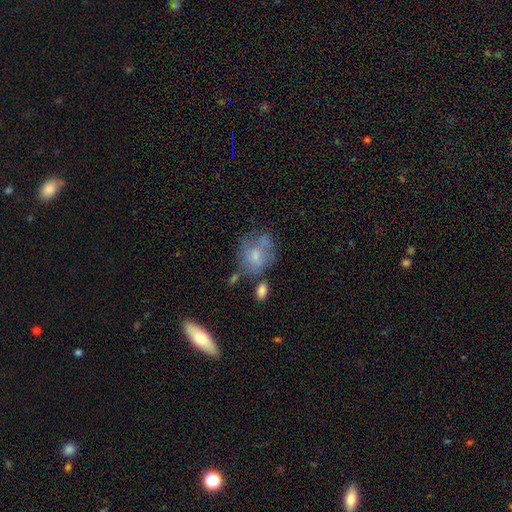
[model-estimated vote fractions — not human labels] Overall: smooth (51%; featured or disk 39%). How rounded: round (54%; in between 45%). Merging: none (44%; minor disturbance 25%).